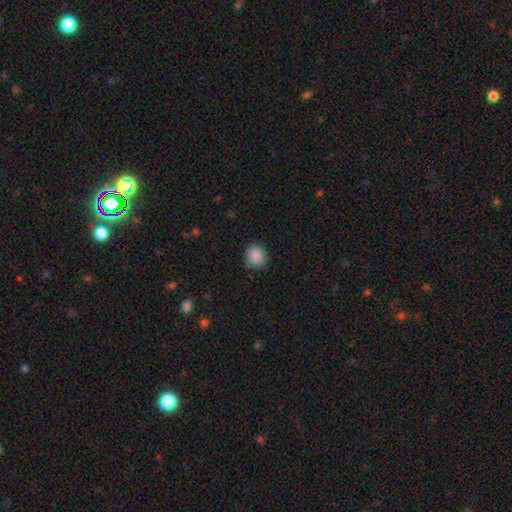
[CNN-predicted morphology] A smooth galaxy with no disk features (88%) that is round (80%). Merging: none (82%).